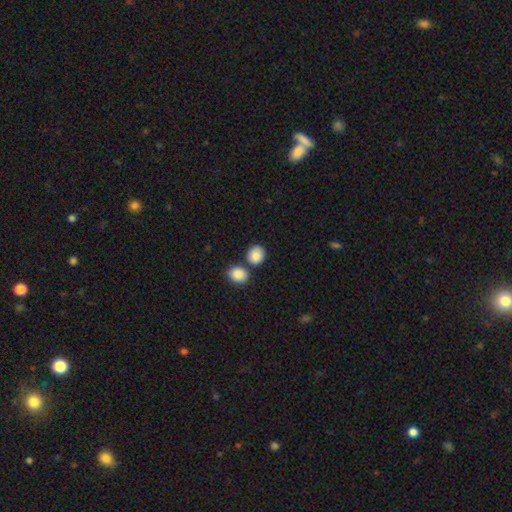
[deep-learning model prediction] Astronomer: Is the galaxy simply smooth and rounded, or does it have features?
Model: smooth — 88%.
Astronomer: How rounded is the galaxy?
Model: round — 73%.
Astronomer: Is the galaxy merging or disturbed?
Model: none — 68%.